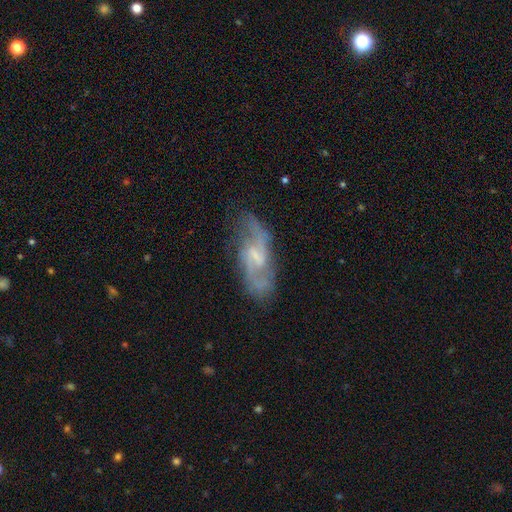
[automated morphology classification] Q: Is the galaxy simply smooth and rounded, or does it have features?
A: featured or disk — 80%.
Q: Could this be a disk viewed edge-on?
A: no — 92%.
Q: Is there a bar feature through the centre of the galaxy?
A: weak — 58%.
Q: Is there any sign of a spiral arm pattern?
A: yes — 92%.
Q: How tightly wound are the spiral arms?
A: medium — 45%.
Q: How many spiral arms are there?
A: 2 — 76%.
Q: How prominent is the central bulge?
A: small — 44%.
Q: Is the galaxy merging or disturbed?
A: none — 69%.